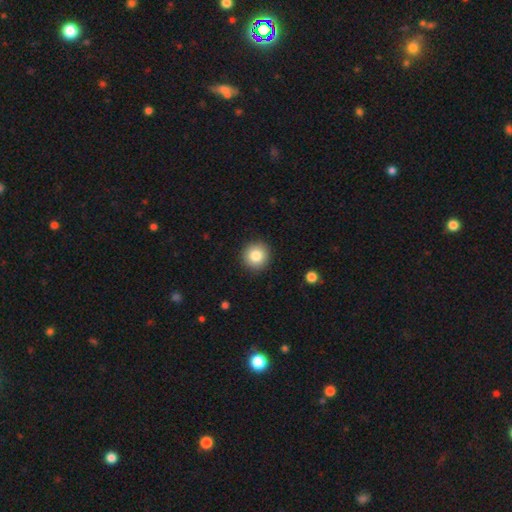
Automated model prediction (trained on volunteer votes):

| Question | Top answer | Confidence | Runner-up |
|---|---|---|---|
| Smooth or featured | smooth | 83% | star or artifact (9%) |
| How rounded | round | 94% | in between (5%) |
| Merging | none | 92% | minor disturbance (5%) |